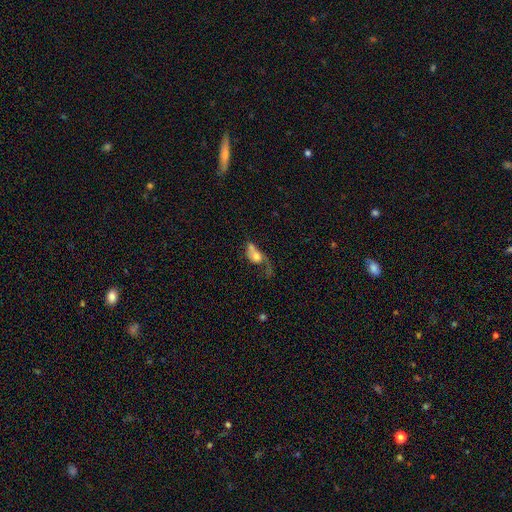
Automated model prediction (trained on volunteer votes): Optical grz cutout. It shows a featured or disk galaxy (46%). Merging: major disturbance (46%).